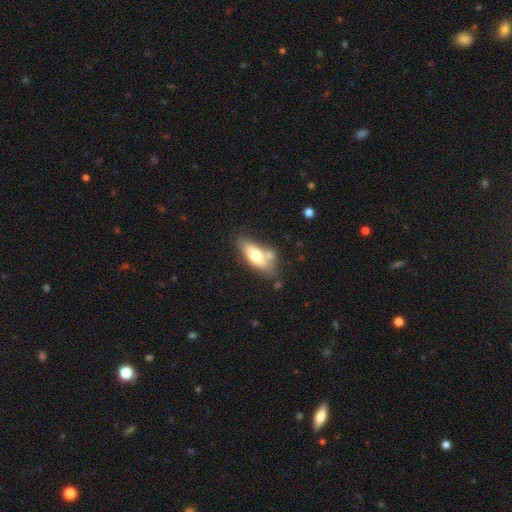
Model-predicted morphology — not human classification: A smooth galaxy with no disk features (65%) that is in between round and cigar-shaped (74%). Merging: none (53%).